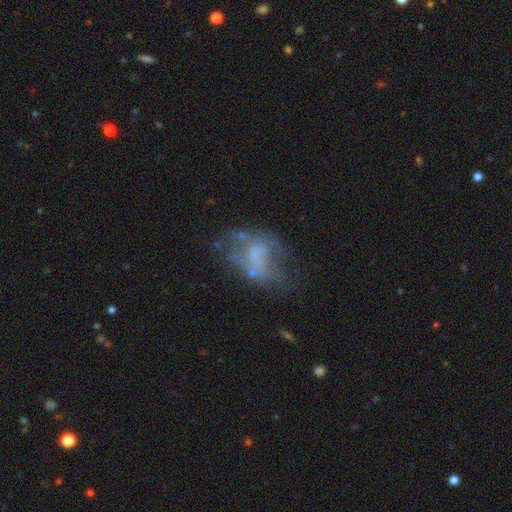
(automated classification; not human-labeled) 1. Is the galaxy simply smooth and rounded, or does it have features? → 54% featured or disk, 32% smooth, 15% star or artifact.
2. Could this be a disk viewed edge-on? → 97% no, 3% yes.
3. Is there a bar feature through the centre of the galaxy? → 79% no, 17% weak, 5% strong.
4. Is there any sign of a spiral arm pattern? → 81% no, 19% yes.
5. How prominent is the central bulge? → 61% none, 18% small, 15% moderate, 5% large, 1% dominant.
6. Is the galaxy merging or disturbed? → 36% none, 34% major disturbance, 22% minor disturbance, 9% merger.